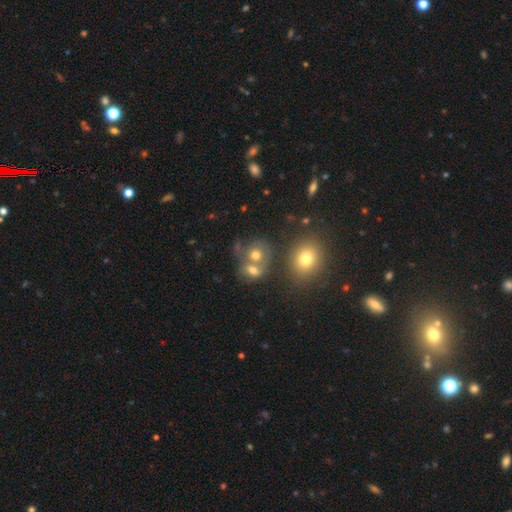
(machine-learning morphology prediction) This appears to be a smooth galaxy with no disk features (65%) that is round (72%). Merging: merger (46%).